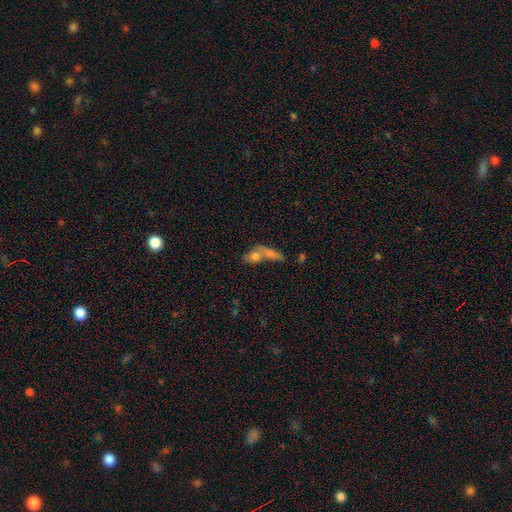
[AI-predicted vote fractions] Q: Smooth or featured?
A: smooth (70%); runner-up: featured or disk (20%)
Q: How rounded?
A: in between (62%); runner-up: round (22%)
Q: Merging?
A: merger (61%); runner-up: none (25%)